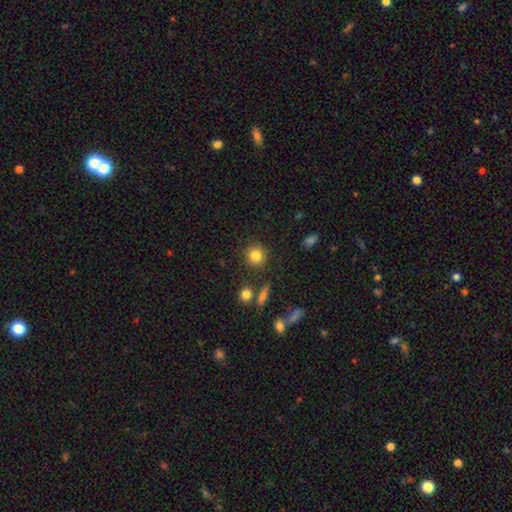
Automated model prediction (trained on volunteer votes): Smooth or featured: smooth — 83% (star or artifact — 11%)
How rounded: round — 90% (in between — 9%)
Merging: none — 86% (minor disturbance — 8%)